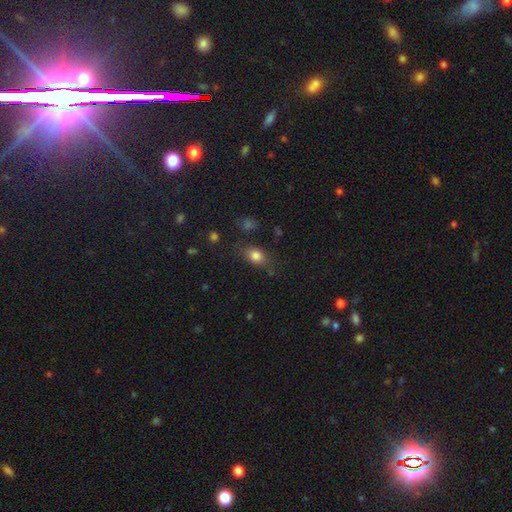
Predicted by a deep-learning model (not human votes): Overall: smooth (81%). How rounded: in between (71%). Merging: none (70%).